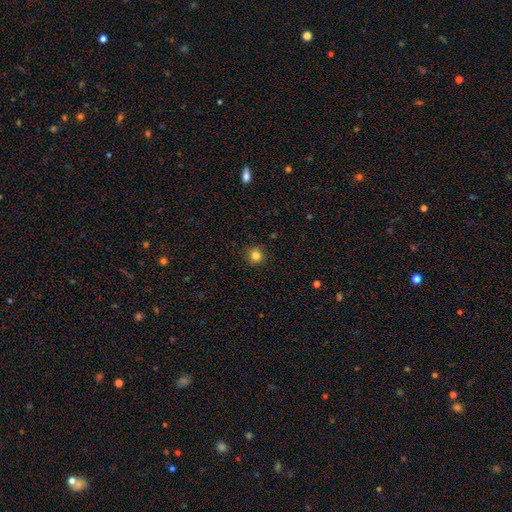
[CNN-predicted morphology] smooth-or-featured: smooth: 83% | star or artifact: 12% | featured or disk: 5%
  how-rounded: round: 92% | in between: 7% | cigar-shaped: 1%
  merging: none: 90% | minor disturbance: 7% | major disturbance: 2% | merger: 1%